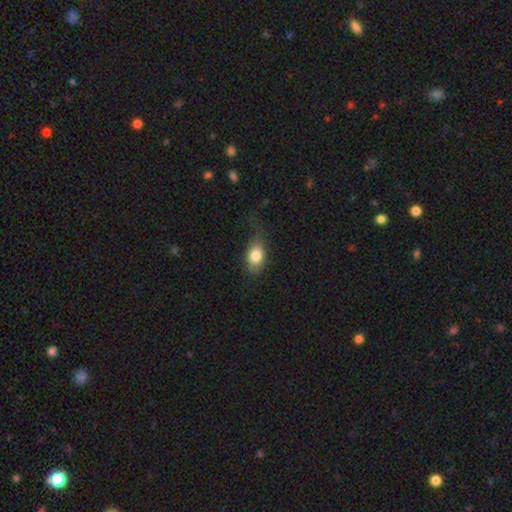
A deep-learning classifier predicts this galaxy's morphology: smooth_or_featured: smooth (p=0.80) [alt: featured or disk p=0.12]
how_rounded: in between (p=0.80) [alt: round p=0.16]
merging: none (p=0.57) [alt: minor disturbance p=0.28]